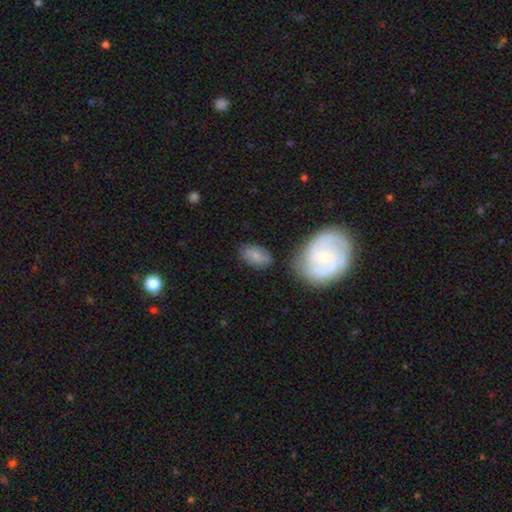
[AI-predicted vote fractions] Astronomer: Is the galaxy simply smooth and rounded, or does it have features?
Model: smooth — 78%.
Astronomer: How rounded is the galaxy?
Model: in between — 92%.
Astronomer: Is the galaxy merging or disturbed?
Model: none — 73%.